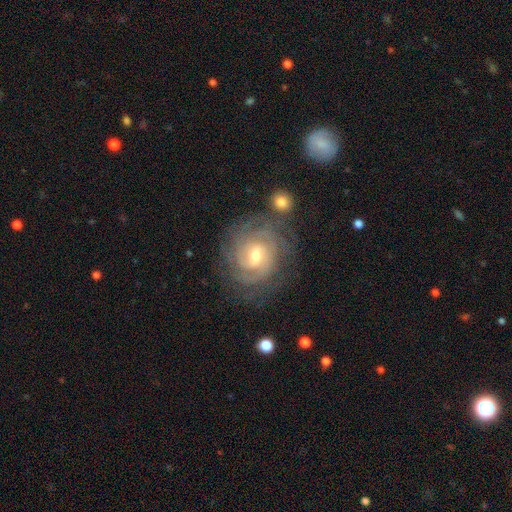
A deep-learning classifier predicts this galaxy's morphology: type=featured or disk (84%); edge-on=no (97%); bar=weak (54%); spiral arms=yes (95%); winding=tight (72%); arm count=can't tell (37%); bulge=moderate (58%); merging=none (70%).